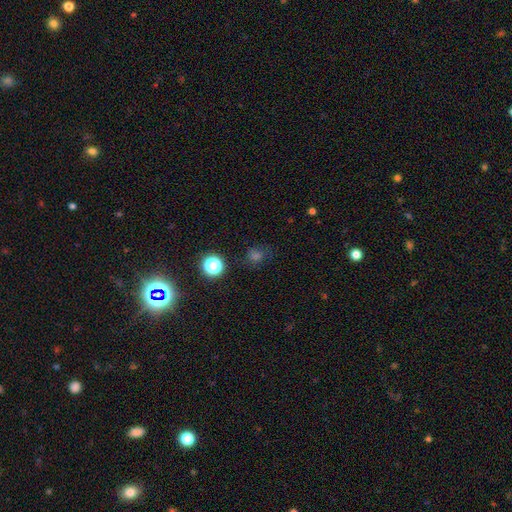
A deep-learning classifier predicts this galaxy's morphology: smooth 50%, star or artifact 41%, featured or disk 10%. Down the decision tree: merging — none (73%).